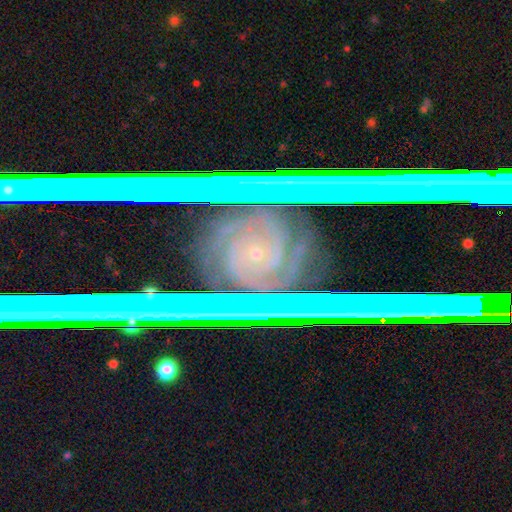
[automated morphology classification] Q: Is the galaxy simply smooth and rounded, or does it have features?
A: star or artifact — 58%.